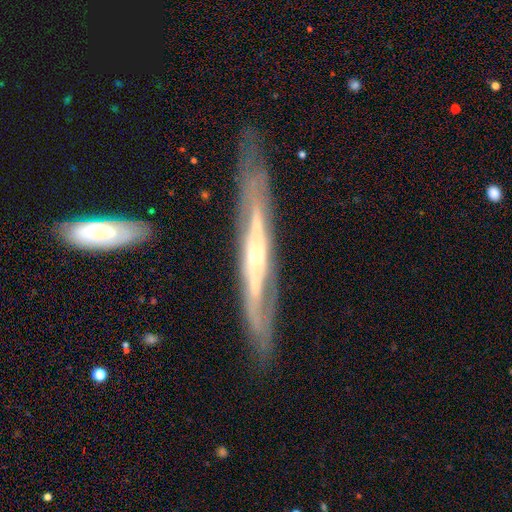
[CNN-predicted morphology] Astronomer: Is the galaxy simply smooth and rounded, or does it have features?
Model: featured or disk — 80%.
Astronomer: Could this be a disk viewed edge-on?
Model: yes — 65%.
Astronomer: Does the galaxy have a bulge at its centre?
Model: rounded — 60% (runner-up: none, 36%).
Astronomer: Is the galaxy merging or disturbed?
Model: none — 75%.